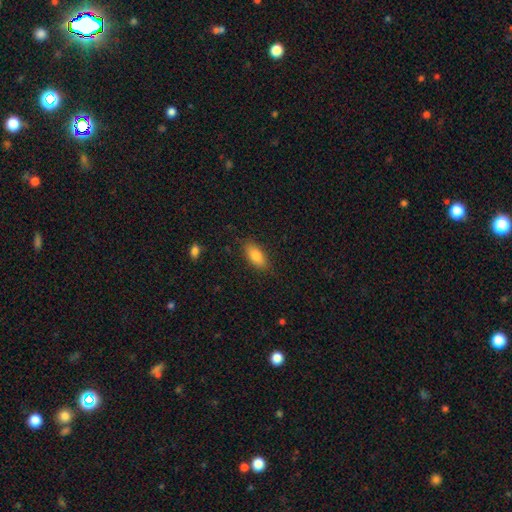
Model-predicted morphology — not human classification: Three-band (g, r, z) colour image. It shows a smooth galaxy with no disk features (83%) that is in between round and cigar-shaped (85%). Merging: none (83%).